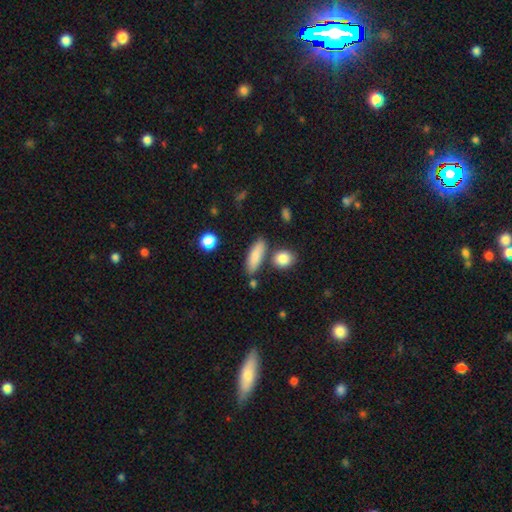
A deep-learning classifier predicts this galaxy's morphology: A smooth galaxy with no disk features (82%) that is in between round and cigar-shaped (59%). Merging: none (74%).